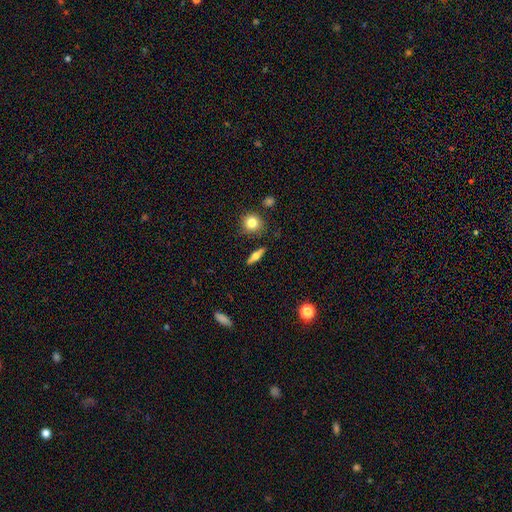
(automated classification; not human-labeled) The model was most divided on "smooth or featured": featured or disk: 47%, smooth: 44%, star or artifact: 8%. More confident: merging — none (86%).